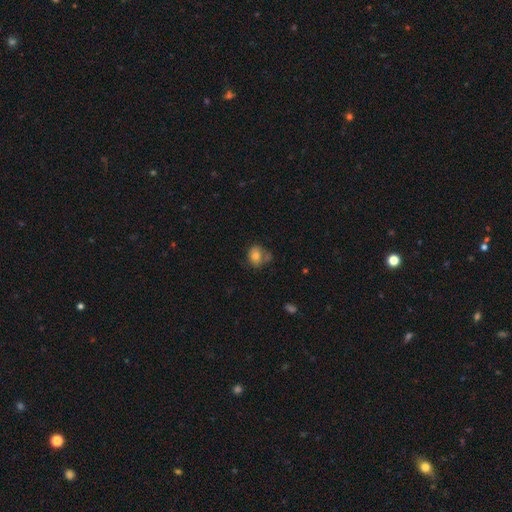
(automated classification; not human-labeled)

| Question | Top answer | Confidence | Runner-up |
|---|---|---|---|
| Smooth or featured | smooth | 74% | featured or disk (17%) |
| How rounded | round | 57% | in between (42%) |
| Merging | none | 47% | minor disturbance (26%) |